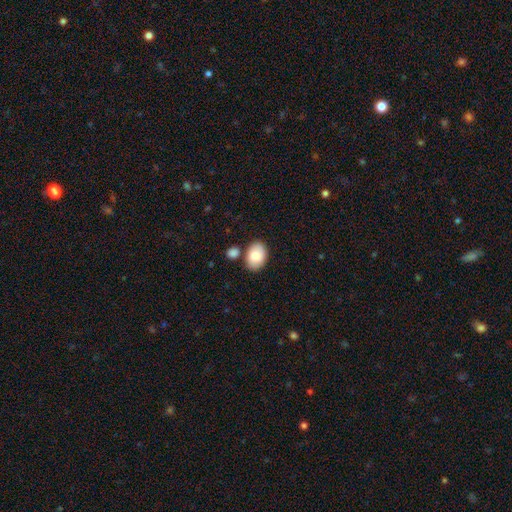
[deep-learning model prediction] Smooth or featured?
  - smooth: 84% *
  - featured or disk: 10%
  - star or artifact: 6%
How rounded?
  - in between: 84% *
  - round: 15%
  - cigar-shaped: 1%
Merging?
  - none: 76% *
  - minor disturbance: 12%
  - merger: 10%
  - major disturbance: 3%